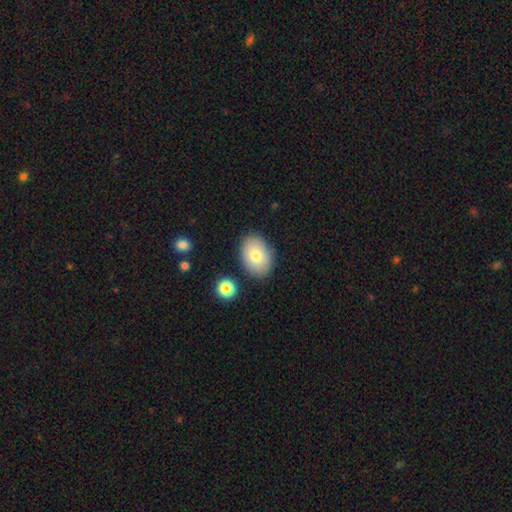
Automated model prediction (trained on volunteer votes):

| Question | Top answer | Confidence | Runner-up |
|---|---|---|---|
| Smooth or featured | smooth | 79% | featured or disk (14%) |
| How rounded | in between | 82% | round (17%) |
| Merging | none | 84% | minor disturbance (11%) |